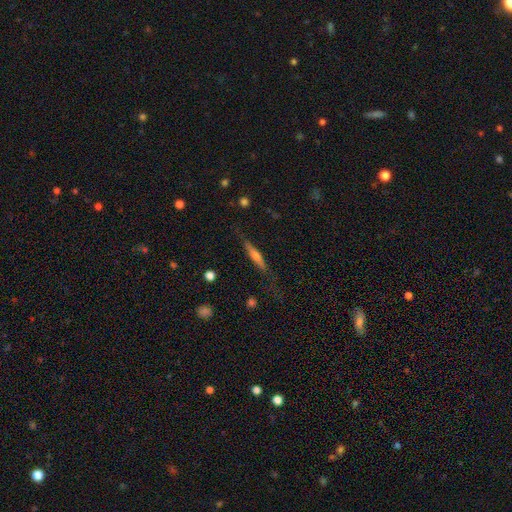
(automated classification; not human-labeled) Smooth or featured? Predicted: featured or disk (p=0.51). Edge-on disk? Predicted: yes (p=0.92). Merging? Predicted: none (p=0.73).